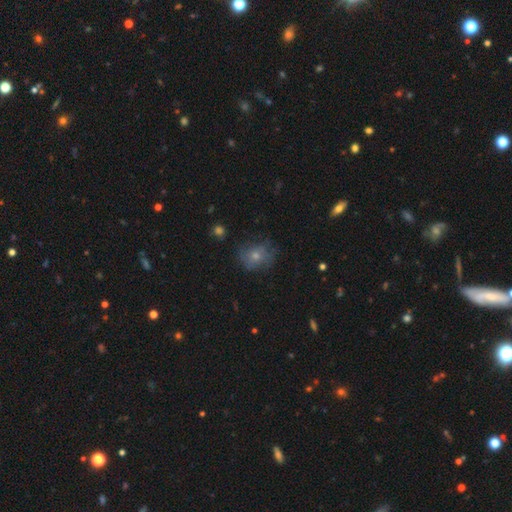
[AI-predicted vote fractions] A smooth galaxy with no disk features (63%) that is round (65%).

Vote fractions:
- Smooth or featured? smooth: 63% / featured or disk: 25% / star or artifact: 12%
- How rounded? round: 65% / in between: 34% / cigar-shaped: 1%
- Merging? none: 62% / minor disturbance: 25% / major disturbance: 12% / merger: 2%